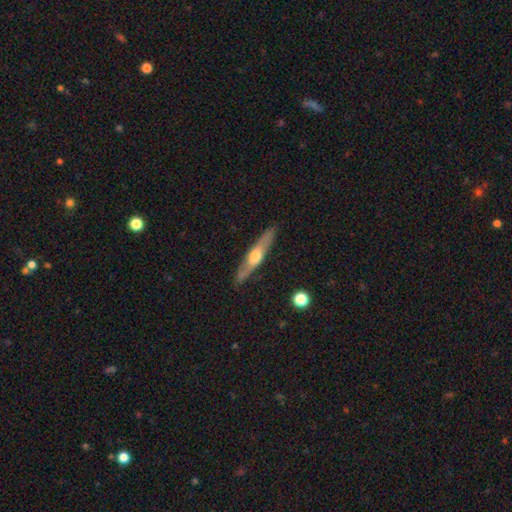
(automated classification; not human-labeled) A featured or disk galaxy (60%) viewed edge-on (87%) with a rounded central bulge (88%).

Vote fractions:
- Smooth or featured? featured or disk: 60% / smooth: 34% / star or artifact: 5%
- Edge-on disk? yes: 87% / no: 13%
- Edge-on bulge? rounded: 88% / none: 8% / boxy: 4%
- Merging? none: 87% / minor disturbance: 10% / major disturbance: 2% / merger: 1%